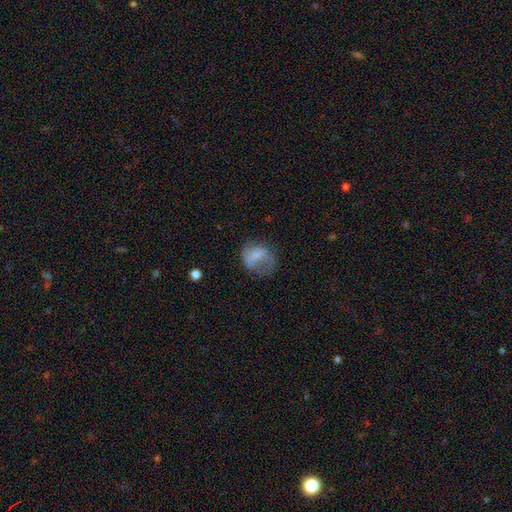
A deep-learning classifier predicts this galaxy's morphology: smooth_or_featured: smooth (p=0.56) [alt: featured or disk p=0.34]
how_rounded: in between (p=0.50) [alt: round p=0.49]
merging: none (p=0.37) [alt: major disturbance p=0.34]